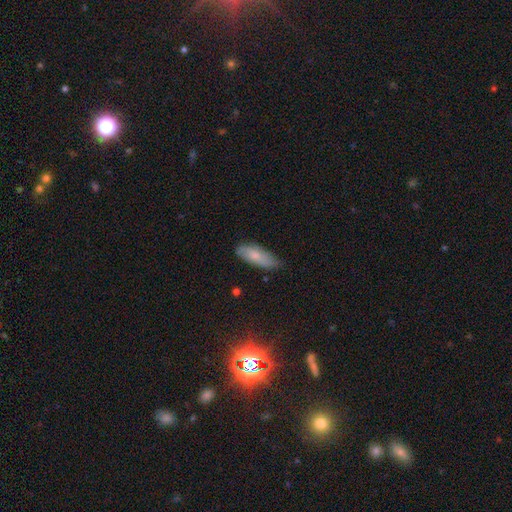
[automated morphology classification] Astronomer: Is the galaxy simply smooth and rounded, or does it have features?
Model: smooth — 74%.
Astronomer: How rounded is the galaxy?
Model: in between — 72%.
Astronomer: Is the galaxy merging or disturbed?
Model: none — 70%.